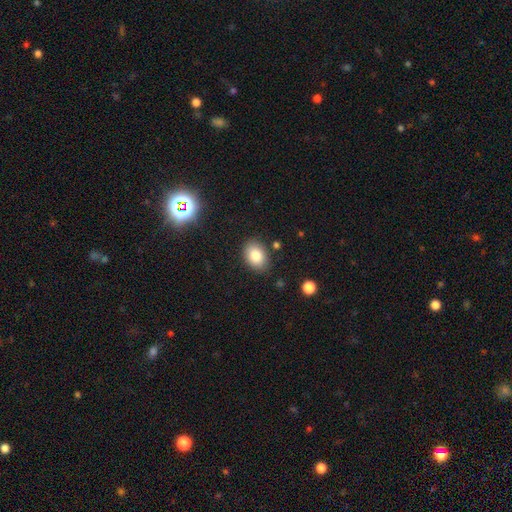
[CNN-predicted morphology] Smooth or featured? Predicted: smooth (p=0.83). How rounded? Predicted: in between (p=0.74). Merging? Predicted: none (p=0.84).